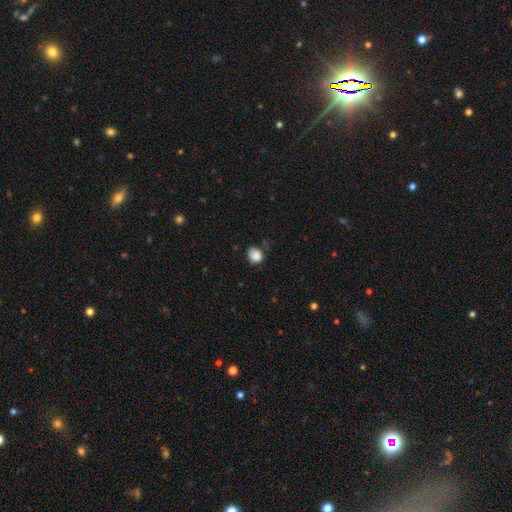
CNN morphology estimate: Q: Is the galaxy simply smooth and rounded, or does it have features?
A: smooth — 85%.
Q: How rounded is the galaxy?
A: round — 67%.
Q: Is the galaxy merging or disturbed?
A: none — 61%.